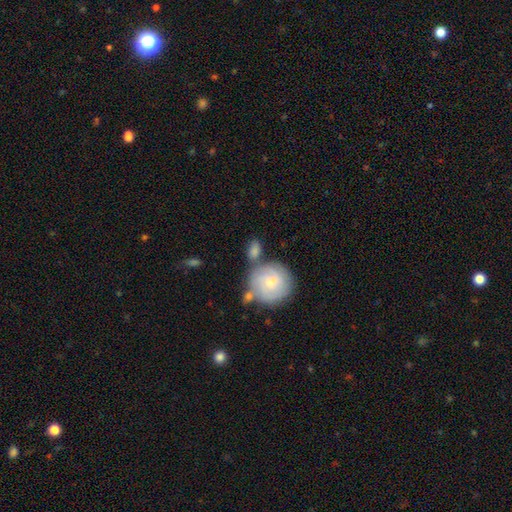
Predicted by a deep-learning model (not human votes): Smooth or featured: smooth — 54% (featured or disk — 34%)
How rounded: round — 91% (in between — 8%)
Merging: none — 64% (merger — 17%)